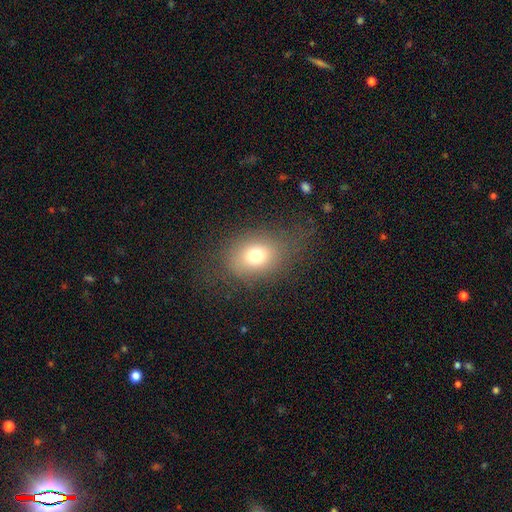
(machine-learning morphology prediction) Smooth or featured?
  - smooth: 72% *
  - star or artifact: 14%
  - featured or disk: 14%
How rounded?
  - in between: 55% *
  - round: 44%
  - cigar-shaped: 1%
Merging?
  - none: 69% *
  - minor disturbance: 16%
  - major disturbance: 13%
  - merger: 1%